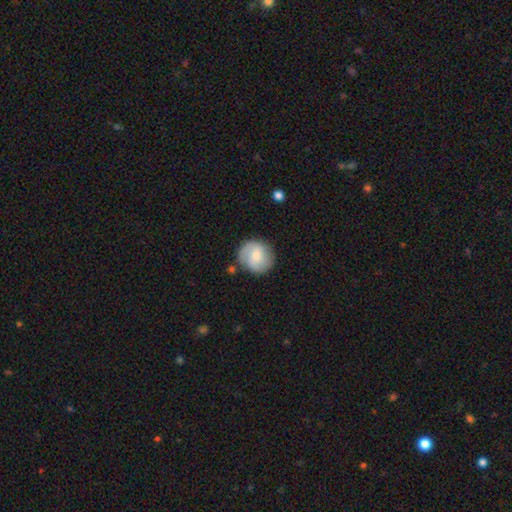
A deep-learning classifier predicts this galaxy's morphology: type=smooth (49%); merging=none (75%).